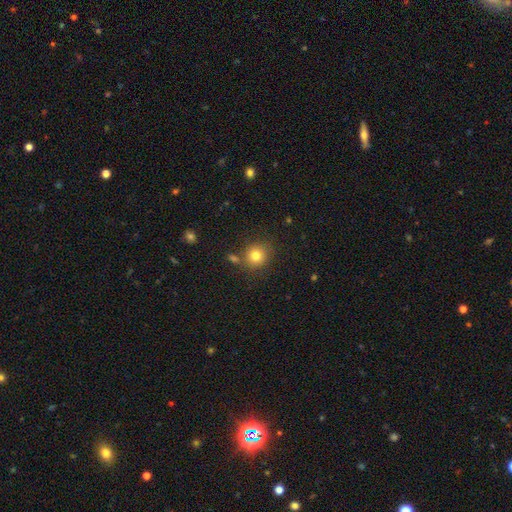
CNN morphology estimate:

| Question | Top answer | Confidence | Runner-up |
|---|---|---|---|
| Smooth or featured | smooth | 80% | star or artifact (12%) |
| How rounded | round | 87% | in between (12%) |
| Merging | none | 78% | minor disturbance (10%) |